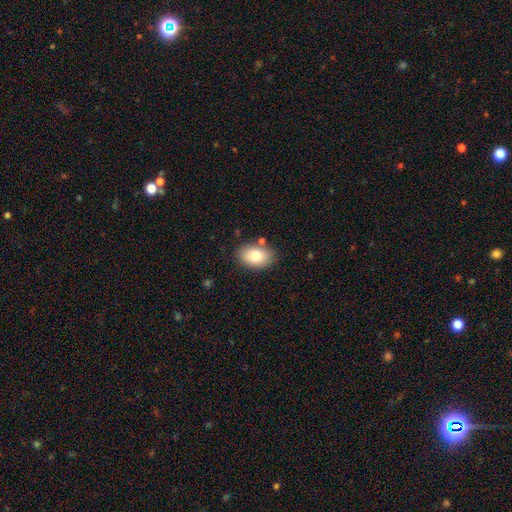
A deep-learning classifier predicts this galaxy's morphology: Smooth or featured? smooth (78%)
How rounded? in between (84%)
Merging? none (81%)